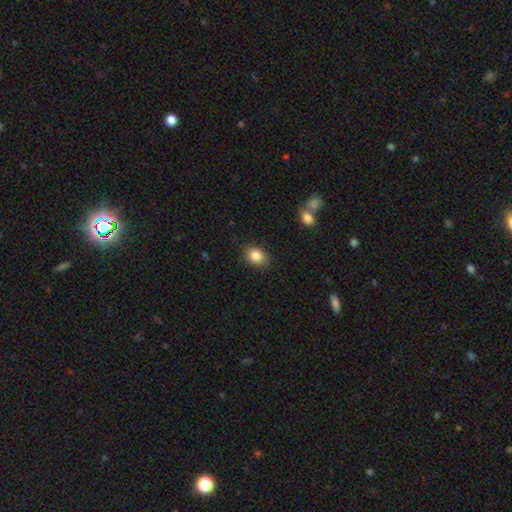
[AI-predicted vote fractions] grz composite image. It shows a smooth galaxy with no disk features (86%) that is in between round and cigar-shaped (58%). Merging: none (85%).